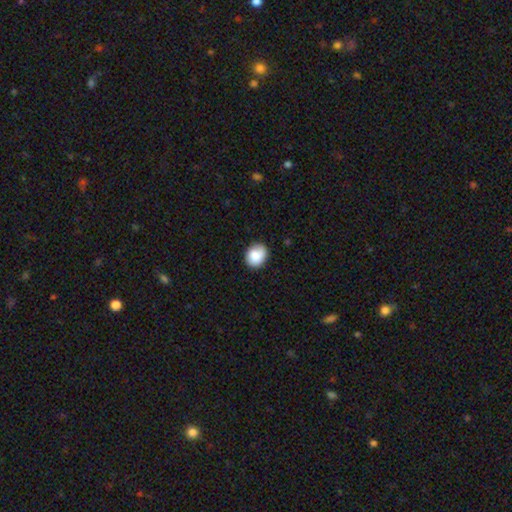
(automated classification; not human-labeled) smooth 83%, featured or disk 9%, star or artifact 8%. Down the decision tree: how rounded — round (69%); merging — none (76%).